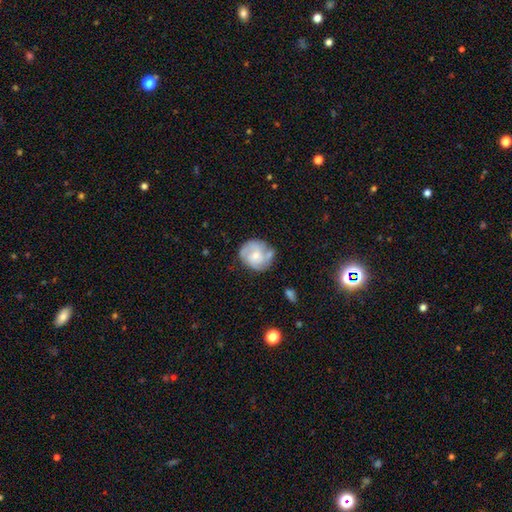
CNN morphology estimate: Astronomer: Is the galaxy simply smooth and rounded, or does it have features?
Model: featured or disk — 62%.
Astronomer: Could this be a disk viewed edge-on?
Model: no — 98%.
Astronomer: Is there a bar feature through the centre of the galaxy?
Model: no — 71%.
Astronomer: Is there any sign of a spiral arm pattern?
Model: yes — 82%.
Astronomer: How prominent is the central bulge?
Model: small — 48% (runner-up: moderate, 45%).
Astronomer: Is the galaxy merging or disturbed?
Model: none — 57%.